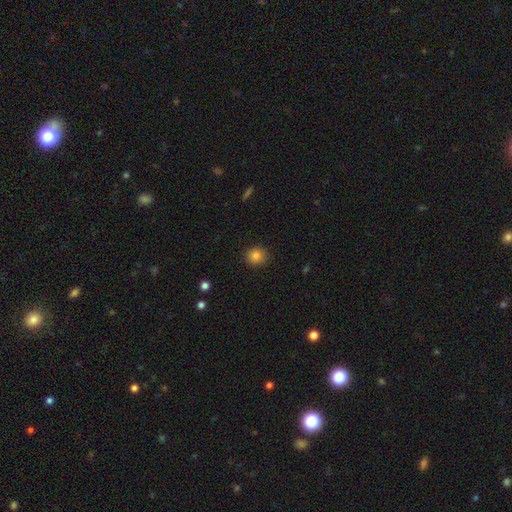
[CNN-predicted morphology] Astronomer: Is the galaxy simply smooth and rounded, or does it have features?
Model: smooth — 84%.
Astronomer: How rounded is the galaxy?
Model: round — 82%.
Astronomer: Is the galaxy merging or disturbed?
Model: none — 89%.